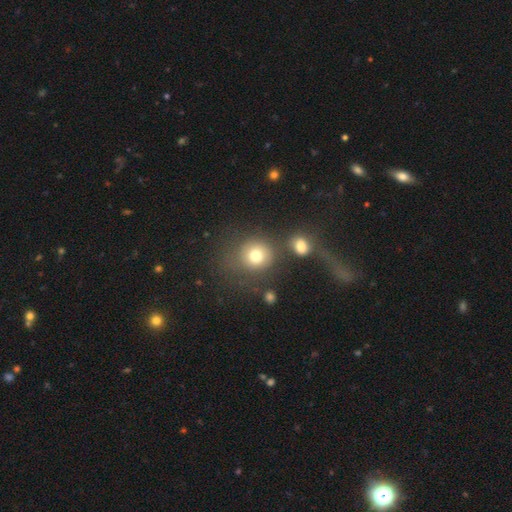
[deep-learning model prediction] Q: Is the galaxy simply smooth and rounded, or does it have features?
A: smooth — 77%.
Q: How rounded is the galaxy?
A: round — 84%.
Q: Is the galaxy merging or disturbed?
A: none — 60%.